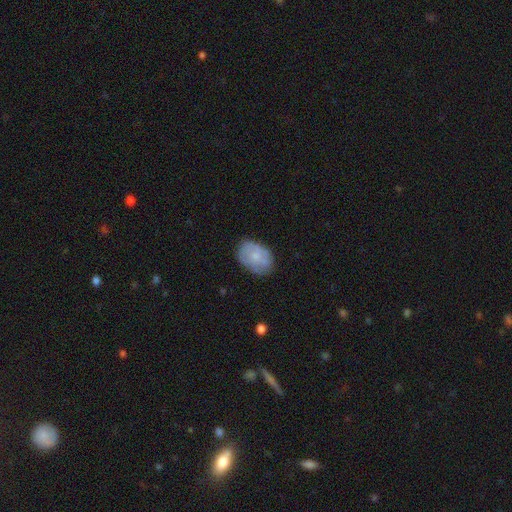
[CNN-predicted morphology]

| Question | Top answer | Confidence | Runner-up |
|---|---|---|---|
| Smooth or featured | smooth | 58% | featured or disk (35%) |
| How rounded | in between | 80% | round (19%) |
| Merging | none | 71% | minor disturbance (22%) |